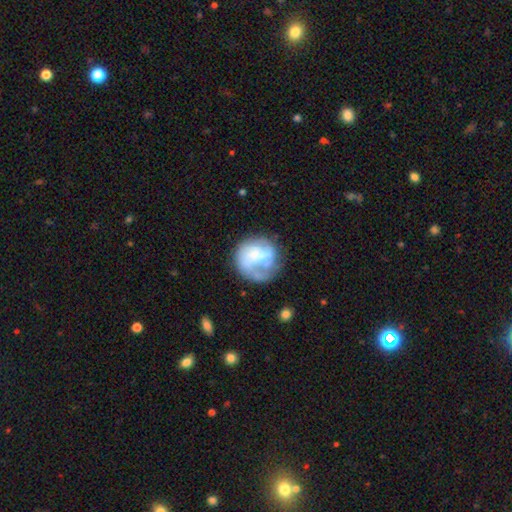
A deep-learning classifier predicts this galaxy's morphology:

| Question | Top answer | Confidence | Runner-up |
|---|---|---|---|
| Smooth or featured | featured or disk | 53% | smooth (39%) |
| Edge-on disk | no | 98% | yes (2%) |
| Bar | no | 73% | weak (20%) |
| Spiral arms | no | 63% | yes (37%) |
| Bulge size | none | 36% | small (33%) |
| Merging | none | 48% | major disturbance (23%) |